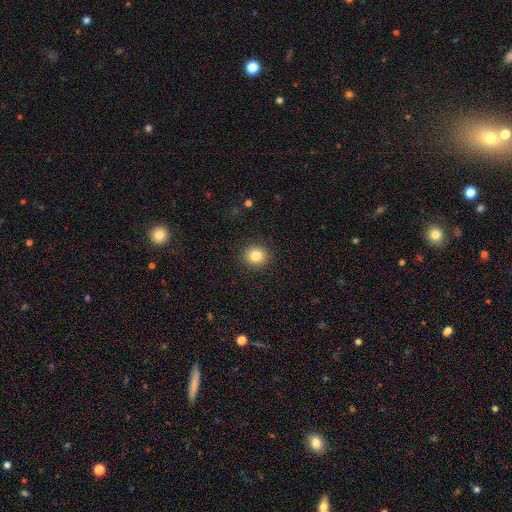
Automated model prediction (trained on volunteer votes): Smooth or featured?
  - smooth: 83% *
  - star or artifact: 11%
  - featured or disk: 7%
How rounded?
  - round: 87% *
  - in between: 12%
  - cigar-shaped: 1%
Merging?
  - none: 91% *
  - minor disturbance: 6%
  - major disturbance: 2%
  - merger: 1%